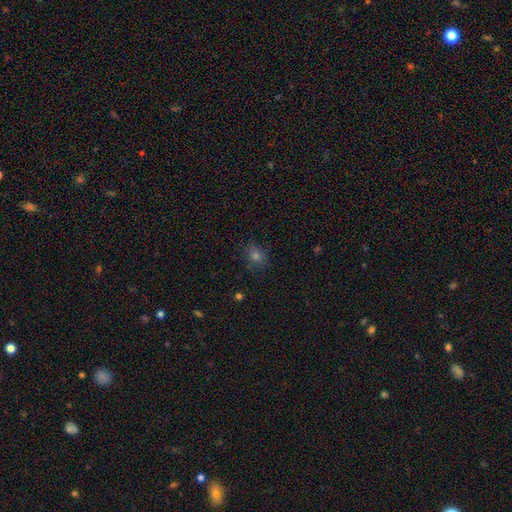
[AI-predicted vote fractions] Smooth or featured?
  - smooth: 64% *
  - star or artifact: 26%
  - featured or disk: 10%
How rounded?
  - round: 65% *
  - in between: 34%
  - cigar-shaped: 1%
Merging?
  - none: 80% *
  - minor disturbance: 14%
  - major disturbance: 4%
  - merger: 1%